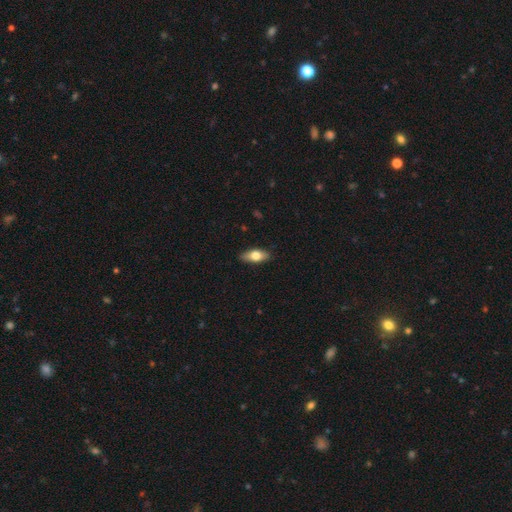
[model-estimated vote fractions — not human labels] smooth_or_featured: smooth (p=0.67) [alt: featured or disk p=0.26]
how_rounded: in between (p=0.80) [alt: cigar-shaped p=0.17]
merging: none (p=0.87) [alt: minor disturbance p=0.10]